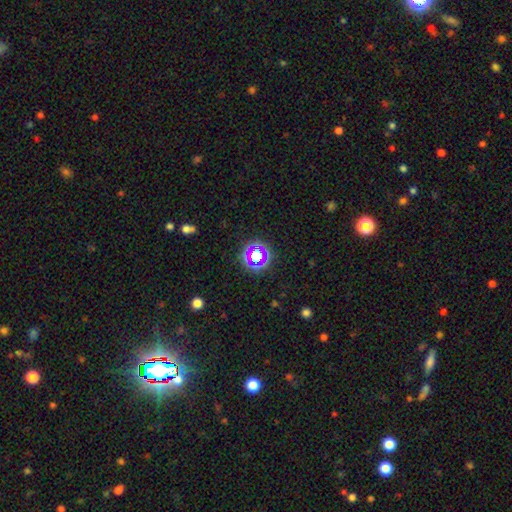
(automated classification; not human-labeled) A star or artifact, not a galaxy (57%).